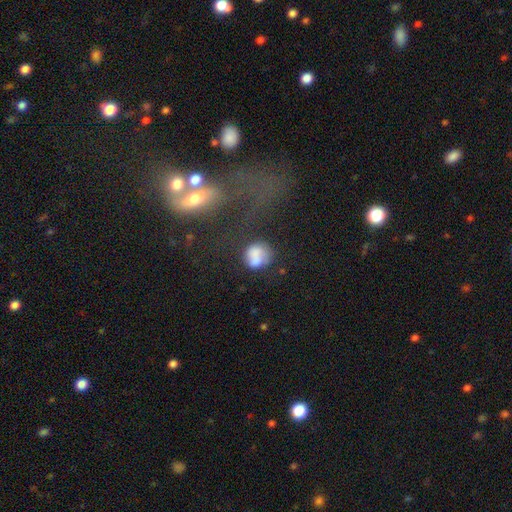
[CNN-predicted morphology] The model was most divided on "merging": none: 46%, minor disturbance: 23%, merger: 16%, major disturbance: 14%. More confident: how rounded — round (73%); smooth or featured — smooth (67%).